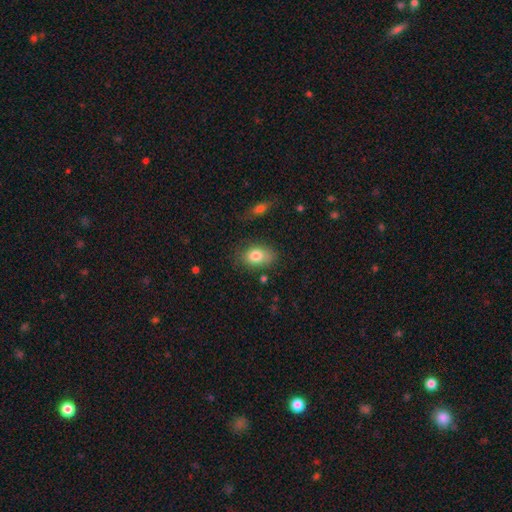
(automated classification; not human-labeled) A smooth galaxy with no disk features (81%) that is in between round and cigar-shaped (84%).

Vote fractions:
- Smooth or featured? smooth: 81% / featured or disk: 10% / star or artifact: 8%
- How rounded? in between: 84% / round: 14% / cigar-shaped: 2%
- Merging? none: 68% / minor disturbance: 22% / major disturbance: 6% / merger: 4%